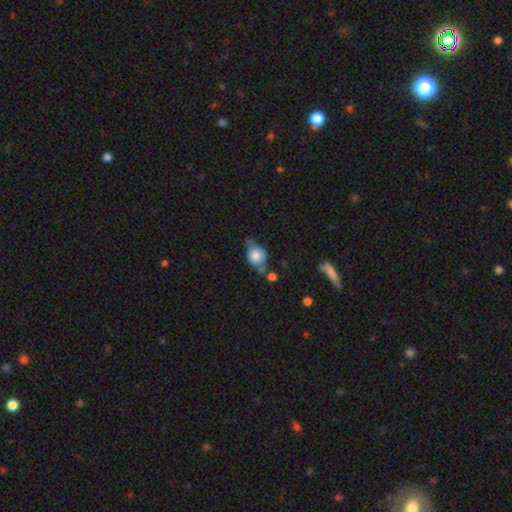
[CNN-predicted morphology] smooth 71%, featured or disk 20%, star or artifact 9%. Down the decision tree: how rounded — round (54%); merging — none (41%).